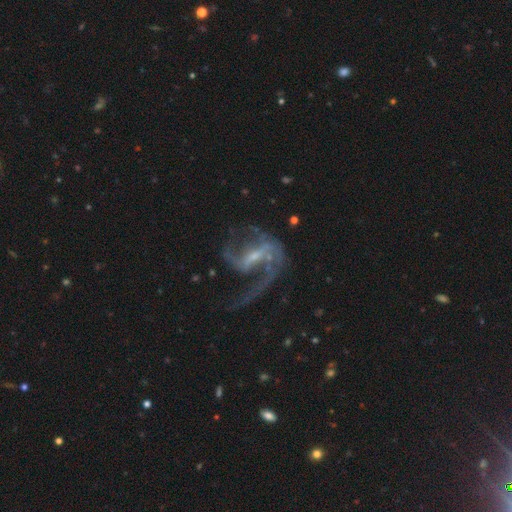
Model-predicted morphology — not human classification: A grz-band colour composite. It shows a featured or disk galaxy (88%) with a weak bar (47%), 2 (63%) loose (48%) spiral arms (94%) and a small central bulge (64%). Merging: none (44%).